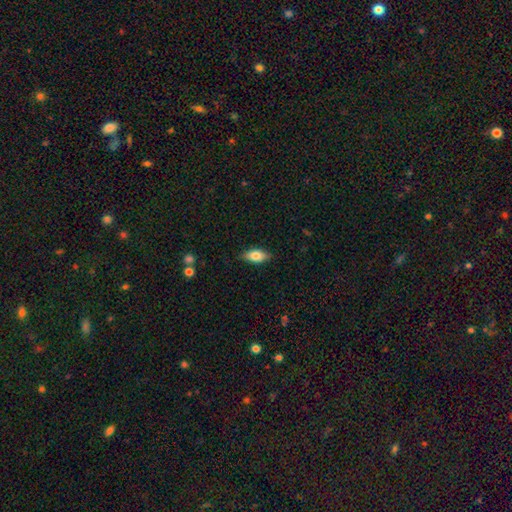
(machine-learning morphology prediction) A smooth galaxy with no disk features (76%) that is in between round and cigar-shaped (87%). Merging: none (85%).